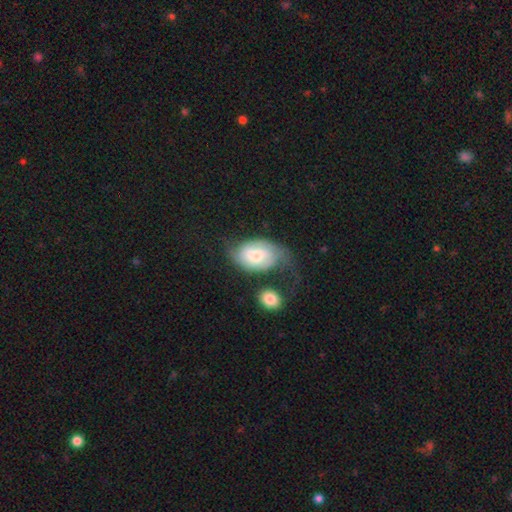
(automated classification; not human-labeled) Smooth or featured: featured or disk — 59% (smooth — 33%)
Edge-on disk: no — 96% (yes — 4%)
Bar: no — 52% (weak — 39%)
Spiral arms: yes — 85% (no — 15%)
Bulge size: moderate — 48% (small — 40%)
Merging: none — 38% (major disturbance — 25%)